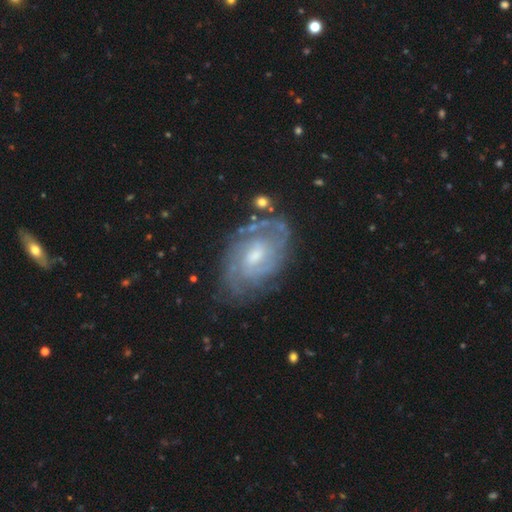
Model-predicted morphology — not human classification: A featured or disk galaxy (84%) with a weak bar (49%), tight (63%) spiral arms (94%) and a moderate central bulge (55%).

Vote fractions:
- Smooth or featured? featured or disk: 84% / smooth: 10% / star or artifact: 6%
- Edge-on disk? no: 96% / yes: 4%
- Bar? weak: 49% / no: 41% / strong: 9%
- Spiral arms? yes: 94% / no: 6%
- Spiral winding? tight: 63% / medium: 31% / loose: 7%
- Spiral arm count? can't tell: 36% / 2: 32% / 3: 16% / 4: 7% / 1: 5% / more than 4: 4%
- Bulge size? moderate: 55% / small: 35% / large: 5% / none: 4% / dominant: 1%
- Merging? none: 72% / minor disturbance: 18% / major disturbance: 7% / merger: 3%